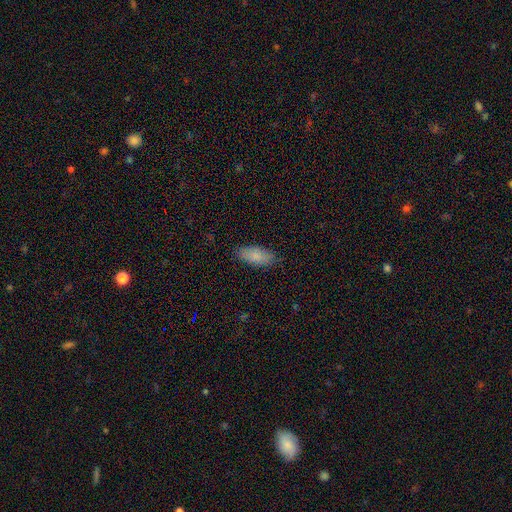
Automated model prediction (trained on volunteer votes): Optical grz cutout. It shows a smooth galaxy with no disk features (85%) that is in between round and cigar-shaped (86%). Merging: none (84%).